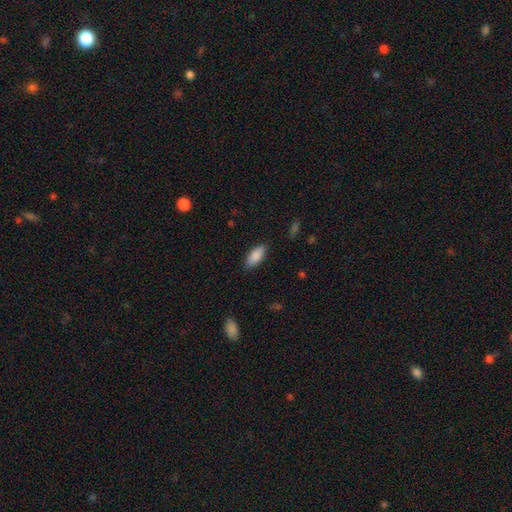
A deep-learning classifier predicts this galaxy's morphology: smooth-or-featured: smooth: 89% | star or artifact: 6% | featured or disk: 5%
  how-rounded: in between: 86% | cigar-shaped: 12% | round: 2%
  merging: none: 87% | minor disturbance: 10% | major disturbance: 2% | merger: 1%